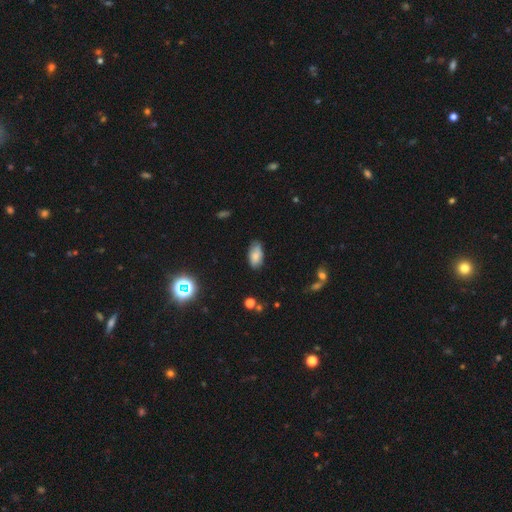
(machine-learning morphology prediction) Smooth or featured? Predicted: smooth (p=0.78). How rounded? Predicted: in between (p=0.94). Merging? Predicted: none (p=0.71).